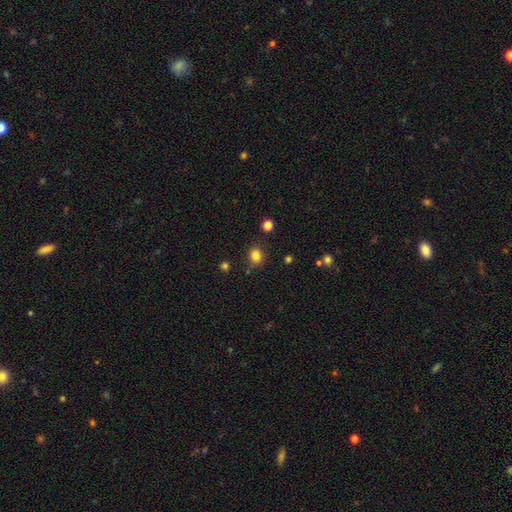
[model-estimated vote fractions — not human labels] smooth 82%, star or artifact 13%, featured or disk 5%. Down the decision tree: how rounded — round (69%); merging — none (82%).